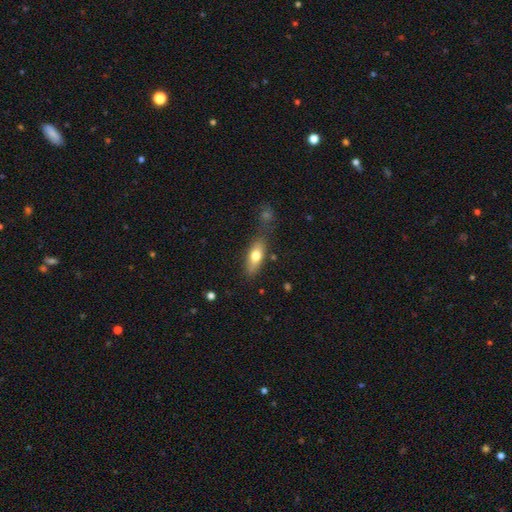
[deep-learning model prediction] smooth 70%, featured or disk 23%, star or artifact 7%. Down the decision tree: how rounded — in between (67%); merging — none (69%).